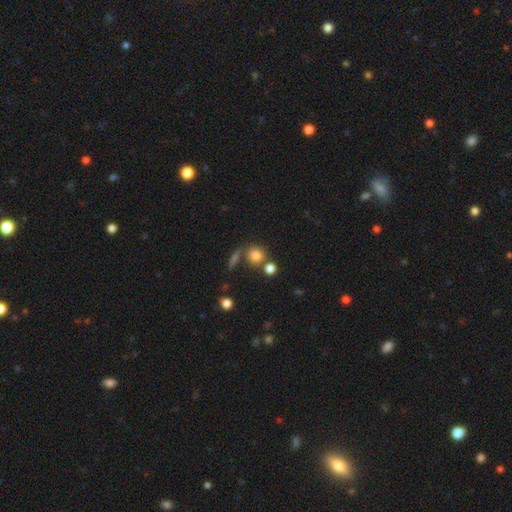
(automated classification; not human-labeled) Q: Smooth or featured?
A: smooth (80%); runner-up: star or artifact (12%)
Q: How rounded?
A: round (85%); runner-up: in between (13%)
Q: Merging?
A: none (64%); runner-up: merger (22%)